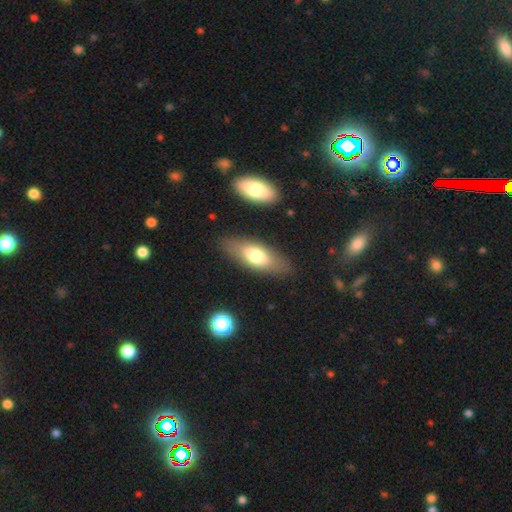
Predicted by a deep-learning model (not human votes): Smooth or featured?
  - smooth: 67% *
  - featured or disk: 25%
  - star or artifact: 7%
How rounded?
  - in between: 77% *
  - cigar-shaped: 19%
  - round: 3%
Merging?
  - none: 82% *
  - minor disturbance: 12%
  - major disturbance: 4%
  - merger: 3%